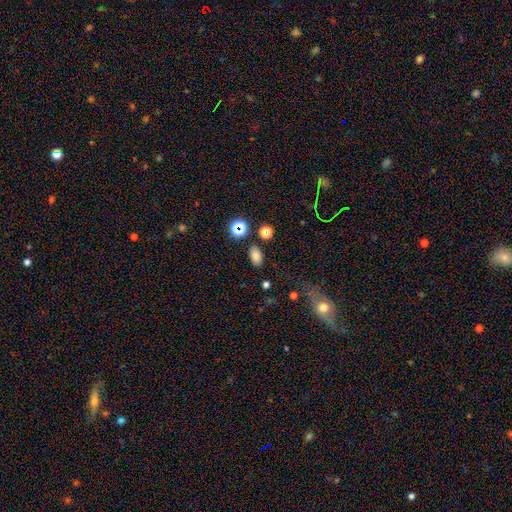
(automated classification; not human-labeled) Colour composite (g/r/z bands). It shows a smooth galaxy with no disk features (77%) that is in between round and cigar-shaped (87%). Merging: none (81%).